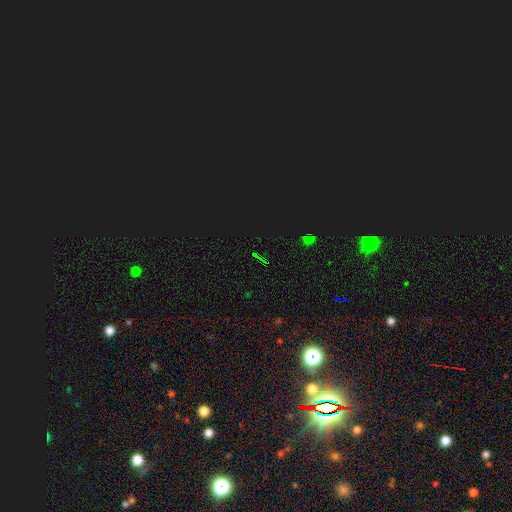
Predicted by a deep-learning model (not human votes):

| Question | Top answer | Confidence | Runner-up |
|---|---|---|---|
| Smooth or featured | star or artifact | 79% | smooth (12%) |